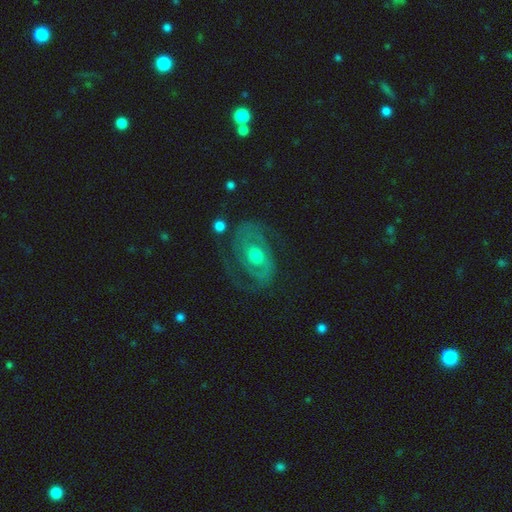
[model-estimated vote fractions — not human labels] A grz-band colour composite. It shows a featured or disk galaxy (85%) with no bar (66%), 2 (80%) tight (46%) spiral arms (93%) and a moderate central bulge (68%). Merging: none (69%).